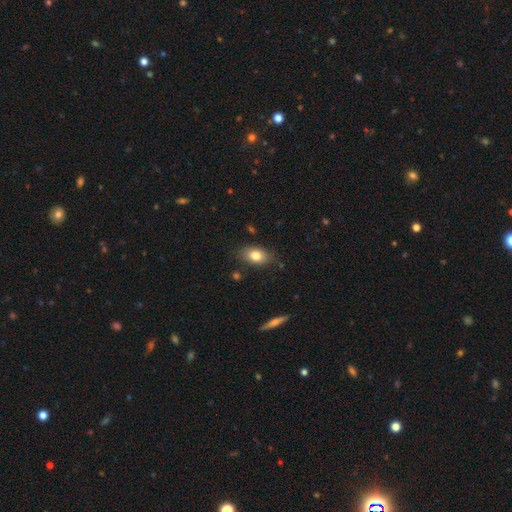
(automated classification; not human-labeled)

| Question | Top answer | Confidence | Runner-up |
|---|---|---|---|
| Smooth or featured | smooth | 80% | featured or disk (12%) |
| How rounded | in between | 82% | round (16%) |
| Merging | none | 80% | minor disturbance (15%) |